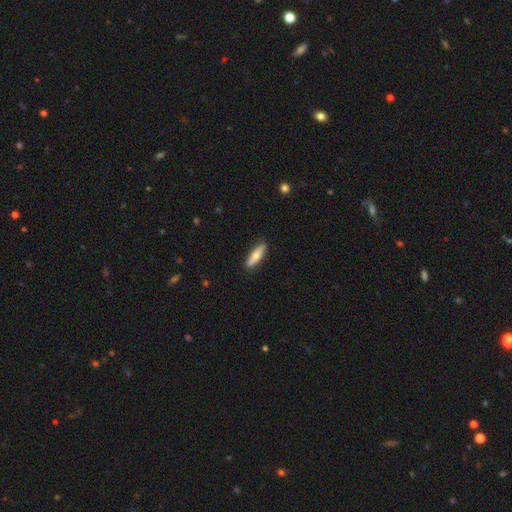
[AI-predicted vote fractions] This appears to be a smooth galaxy with no disk features (62%) that is cigar-shaped (70%). Merging: none (87%).